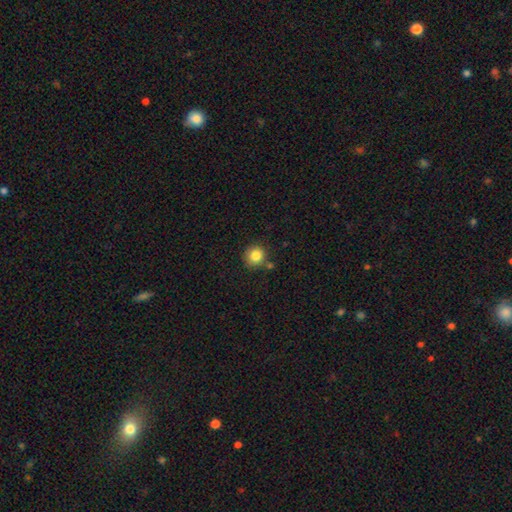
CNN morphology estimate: Q: Smooth or featured?
A: smooth (84%); runner-up: star or artifact (10%)
Q: How rounded?
A: round (88%); runner-up: in between (11%)
Q: Merging?
A: none (77%); runner-up: minor disturbance (11%)